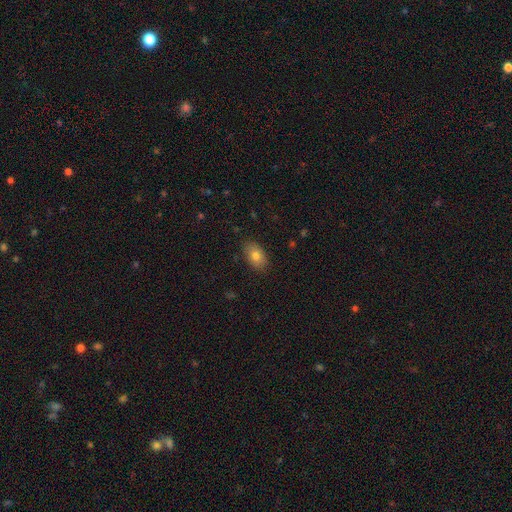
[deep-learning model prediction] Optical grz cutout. It shows a smooth galaxy with no disk features (79%) that is in between round and cigar-shaped (89%). Merging: none (85%).